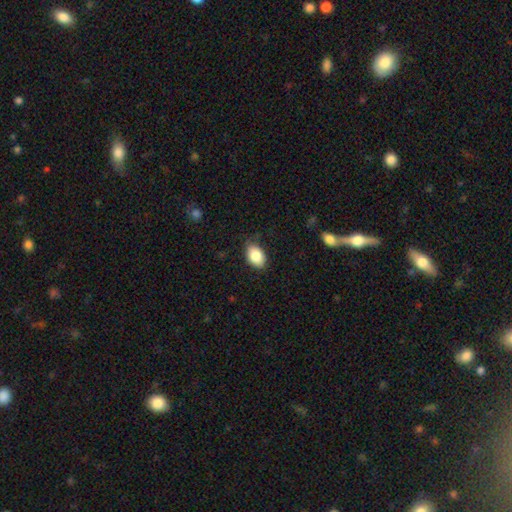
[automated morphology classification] Smooth or featured?
  - smooth: 86% *
  - star or artifact: 7%
  - featured or disk: 7%
How rounded?
  - in between: 88% *
  - round: 11%
  - cigar-shaped: 1%
Merging?
  - none: 78% *
  - minor disturbance: 18%
  - major disturbance: 3%
  - merger: 1%